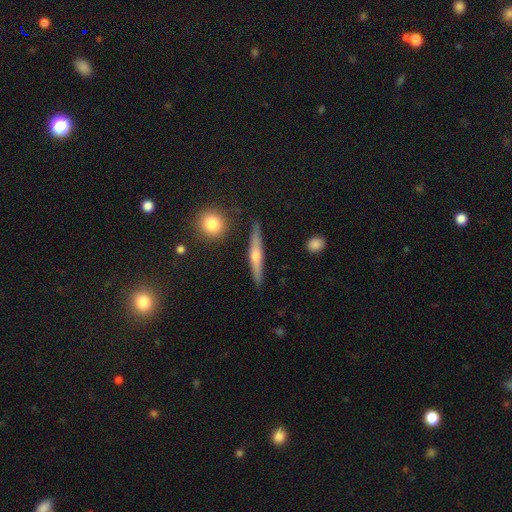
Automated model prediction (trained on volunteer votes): Smooth or featured?
  - featured or disk: 61% *
  - smooth: 32%
  - star or artifact: 7%
Edge-on disk?
  - yes: 96% *
  - no: 4%
Edge-on bulge?
  - rounded: 86% *
  - none: 9%
  - boxy: 5%
Merging?
  - none: 87% *
  - minor disturbance: 9%
  - merger: 2%
  - major disturbance: 2%